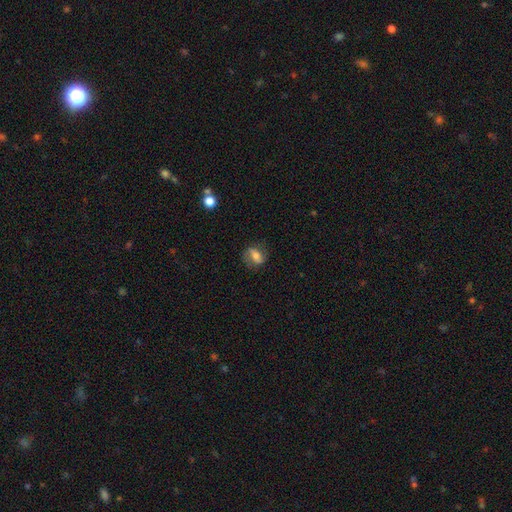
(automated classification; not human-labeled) Smooth or featured? smooth (48%)
Merging? none (71%)